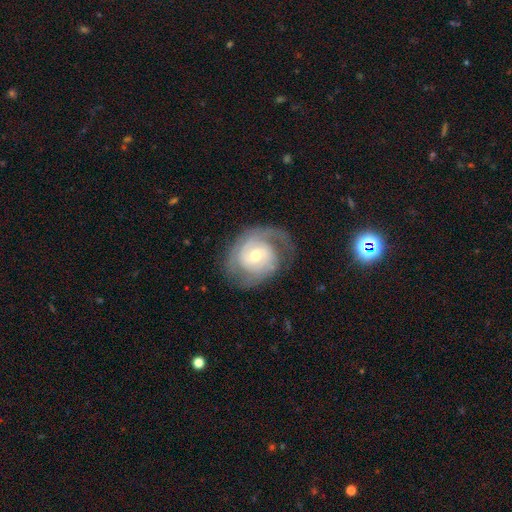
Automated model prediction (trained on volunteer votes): A featured or disk galaxy (81%) with no bar (62%), 2 (55%) tight (49%) spiral arms (92%) and a moderate central bulge (57%). Merging: none (66%).